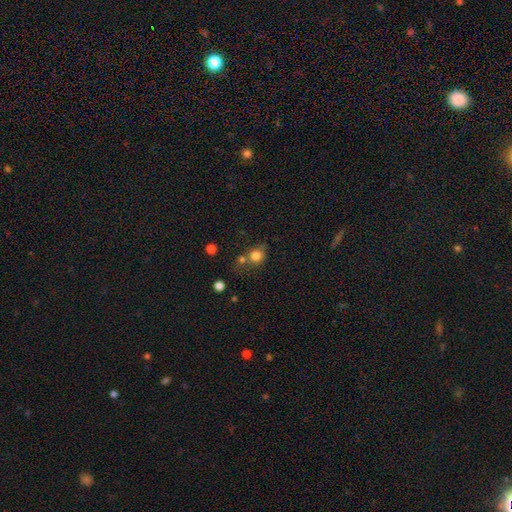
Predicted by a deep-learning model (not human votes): Smooth or featured?
  - smooth: 79% *
  - star or artifact: 12%
  - featured or disk: 9%
How rounded?
  - round: 75% *
  - in between: 24%
  - cigar-shaped: 1%
Merging?
  - none: 50% *
  - merger: 27%
  - minor disturbance: 16%
  - major disturbance: 7%